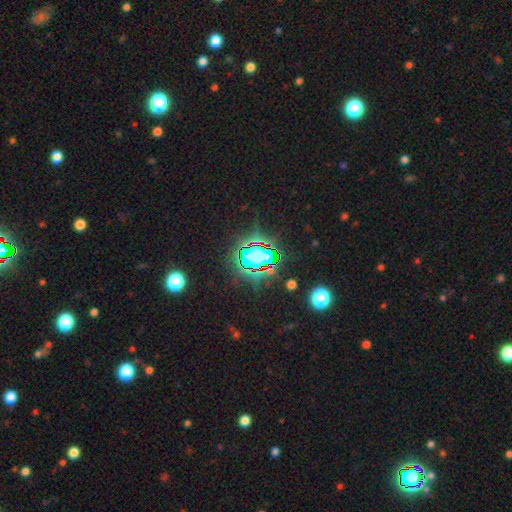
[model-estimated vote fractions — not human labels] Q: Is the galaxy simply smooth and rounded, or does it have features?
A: star or artifact — 71%.